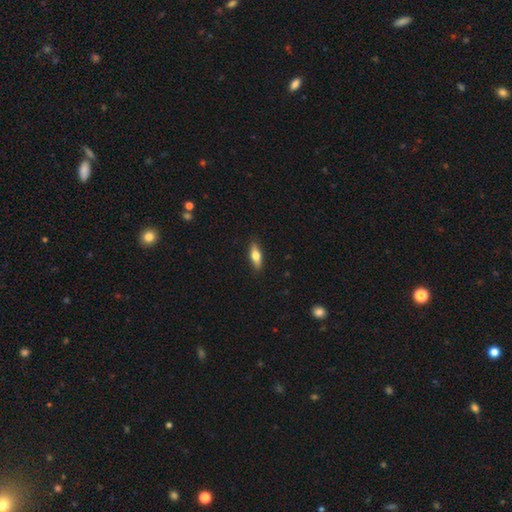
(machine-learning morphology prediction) Q: Smooth or featured?
A: smooth (68%); runner-up: featured or disk (25%)
Q: How rounded?
A: in between (61%); runner-up: cigar-shaped (36%)
Q: Merging?
A: none (88%); runner-up: minor disturbance (9%)